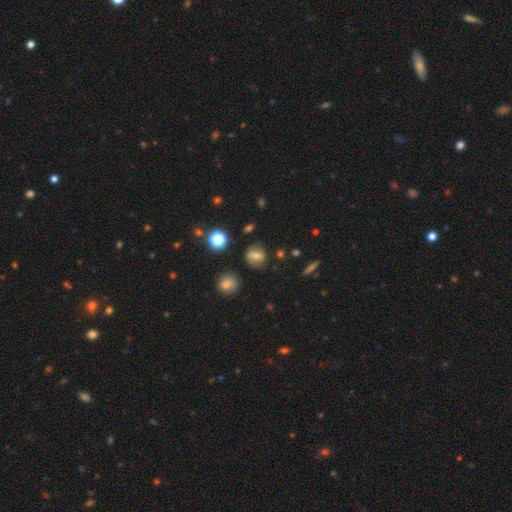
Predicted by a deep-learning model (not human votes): The model was most divided on "smooth or featured": smooth: 56%, featured or disk: 28%, star or artifact: 16%. More confident: merging — none (74%); how rounded — round (69%).